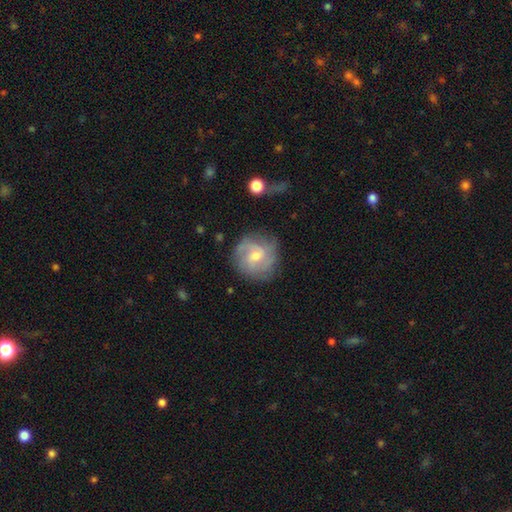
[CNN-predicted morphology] smooth-or-featured: featured or disk: 70% | smooth: 23% | star or artifact: 7%
  disk-edge-on: no: 98% | yes: 2%
    bar: no: 49% | weak: 44% | strong: 7%
    has-spiral-arms: yes: 90% | no: 10%
      spiral-winding: medium: 42% | tight: 40% | loose: 18%
      spiral-arm-count: 2: 29% | can't tell: 28% | 3: 27% | 4: 8% | 1: 5% | more than 4: 4%
    bulge-size: moderate: 52% | small: 44% | large: 2% | none: 2% | dominant: 1%
  merging: none: 72% | minor disturbance: 18% | major disturbance: 8% | merger: 2%